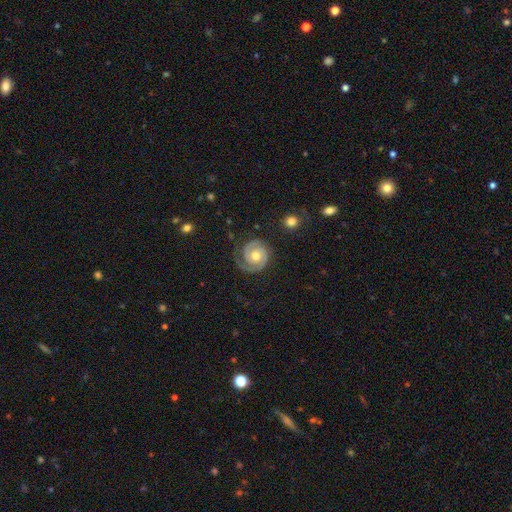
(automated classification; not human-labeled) smooth-or-featured: featured or disk: 90% | smooth: 6% | star or artifact: 4%
  disk-edge-on: no: 98% | yes: 2%
    bar: no: 70% | weak: 24% | strong: 6%
    has-spiral-arms: yes: 98% | no: 2%
      spiral-winding: tight: 71% | medium: 25% | loose: 4%
      spiral-arm-count: 2: 85% | 1: 5% | 3: 4% | can't tell: 3% | 4: 1% | more than 4: 1%
    bulge-size: moderate: 73% | small: 21% | large: 4% | none: 1% | dominant: 1%
  merging: none: 79% | minor disturbance: 14% | major disturbance: 5% | merger: 1%